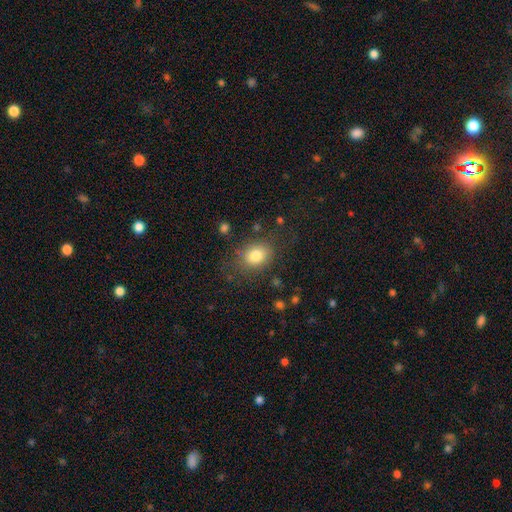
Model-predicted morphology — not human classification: Q: Smooth or featured?
A: smooth (80%); runner-up: star or artifact (11%)
Q: How rounded?
A: in between (52%); runner-up: round (47%)
Q: Merging?
A: none (76%); runner-up: minor disturbance (15%)